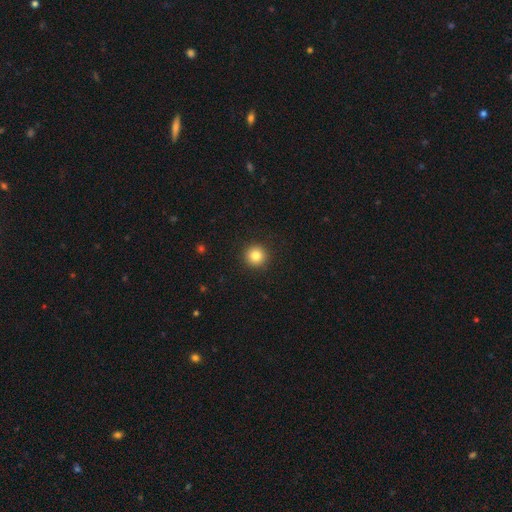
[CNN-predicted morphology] This is clearly a smooth galaxy (83%). How rounded: clearly round (96%). Merging: clearly none (93%).